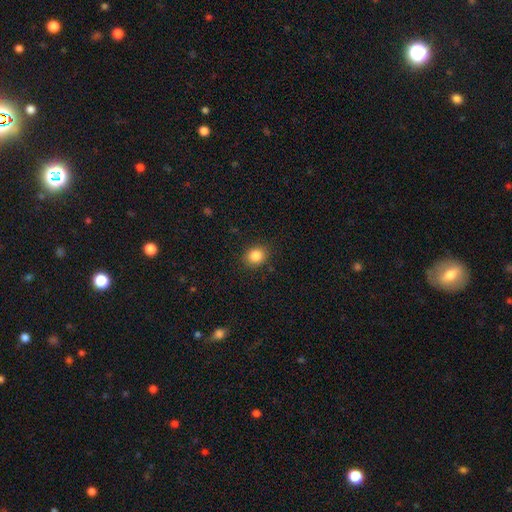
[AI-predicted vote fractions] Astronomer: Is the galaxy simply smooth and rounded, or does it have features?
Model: smooth — 85%.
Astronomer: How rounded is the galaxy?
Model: round — 64%.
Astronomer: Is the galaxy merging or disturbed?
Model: none — 88%.